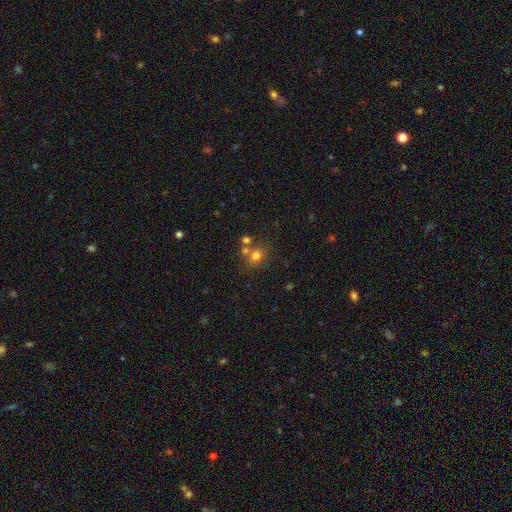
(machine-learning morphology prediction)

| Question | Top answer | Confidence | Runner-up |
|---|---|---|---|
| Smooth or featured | smooth | 71% | star or artifact (18%) |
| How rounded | round | 82% | in between (17%) |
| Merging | none | 61% | merger (27%) |